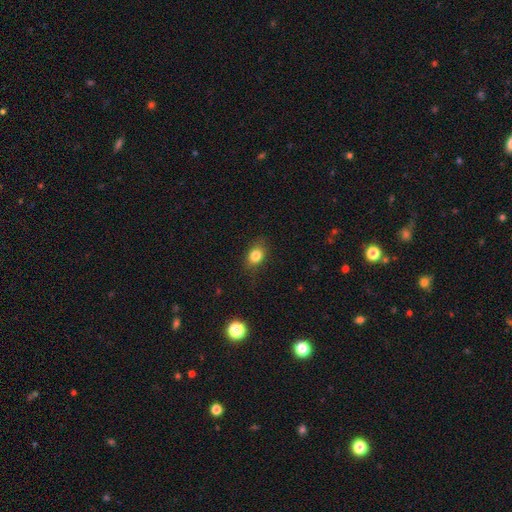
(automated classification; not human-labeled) Smooth or featured?
  - smooth: 82% *
  - star or artifact: 11%
  - featured or disk: 8%
How rounded?
  - in between: 63% *
  - round: 35%
  - cigar-shaped: 2%
Merging?
  - none: 80% *
  - minor disturbance: 15%
  - major disturbance: 4%
  - merger: 1%